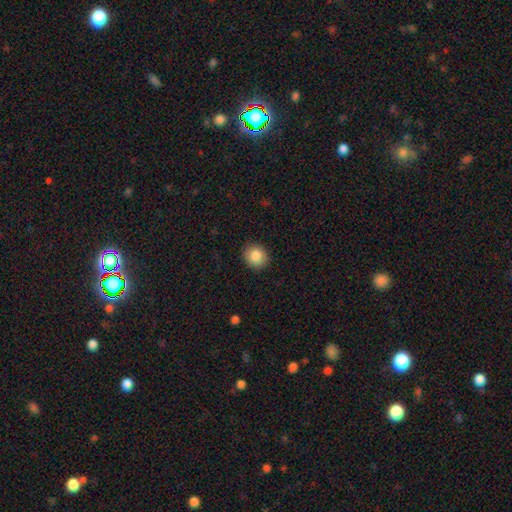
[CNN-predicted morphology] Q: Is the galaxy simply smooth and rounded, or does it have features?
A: smooth — 85%.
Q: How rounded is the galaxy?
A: round — 81%.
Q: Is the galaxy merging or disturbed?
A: none — 91%.